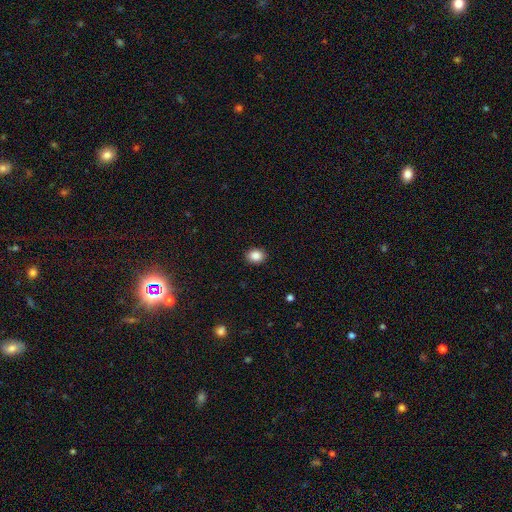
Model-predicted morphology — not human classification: This appears to be a smooth galaxy with no disk features (87%) that is round (58%). Merging: none (91%).